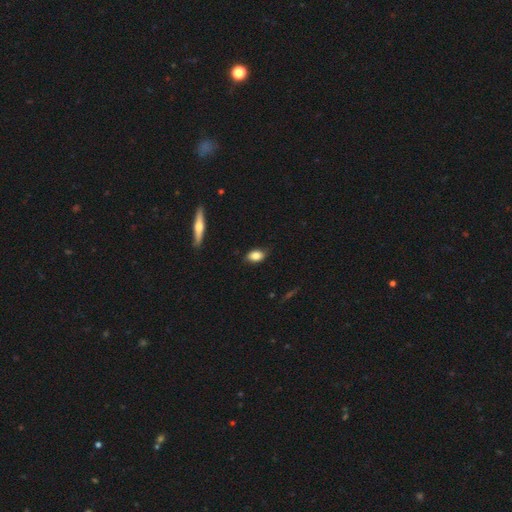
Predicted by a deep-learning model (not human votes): This appears to be a smooth galaxy with no disk features (82%) that is in between round and cigar-shaped (86%). Merging: none (81%).